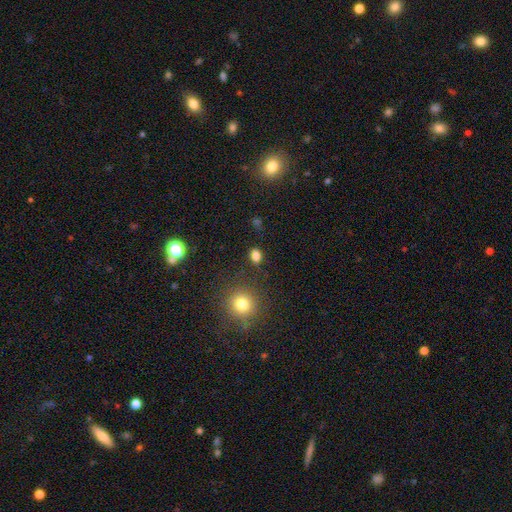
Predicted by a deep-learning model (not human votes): smooth-or-featured: smooth: 80% | star or artifact: 15% | featured or disk: 5%
  how-rounded: in between: 63% | round: 35% | cigar-shaped: 2%
  merging: none: 83% | minor disturbance: 11% | major disturbance: 3% | merger: 3%